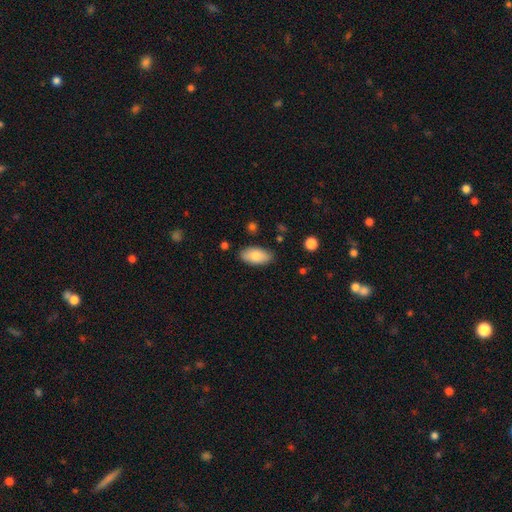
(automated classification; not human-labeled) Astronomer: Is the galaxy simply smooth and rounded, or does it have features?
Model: smooth — 81%.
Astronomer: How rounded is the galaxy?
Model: in between — 93%.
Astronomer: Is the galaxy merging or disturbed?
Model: none — 84%.